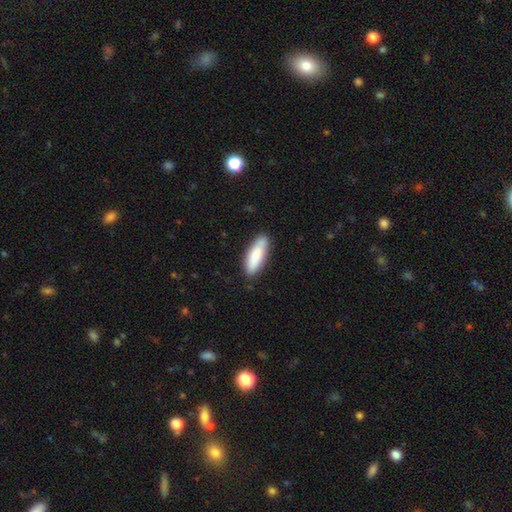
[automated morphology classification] A smooth galaxy with no disk features (82%) that is in between round and cigar-shaped (57%). Merging: none (81%).